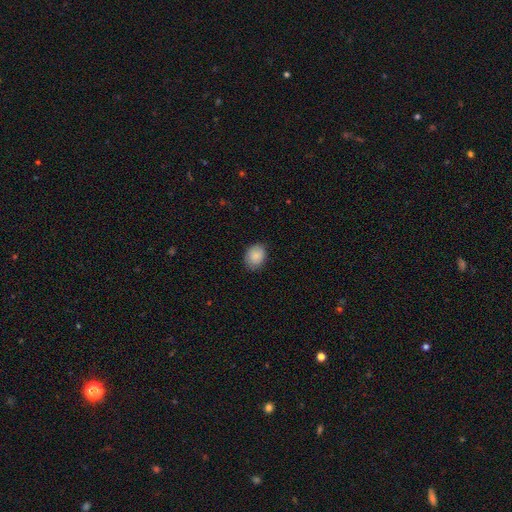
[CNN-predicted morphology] type=smooth (88%); roundness=in between (57%); merging=none (81%).